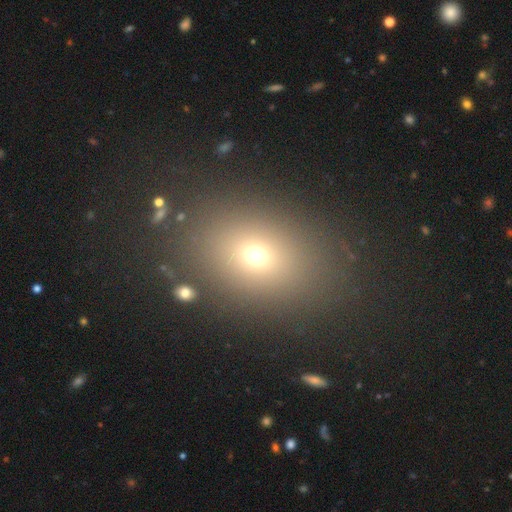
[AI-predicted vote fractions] This appears to be a smooth galaxy with no disk features (66%) that is in between round and cigar-shaped (58%). Merging: none (86%).